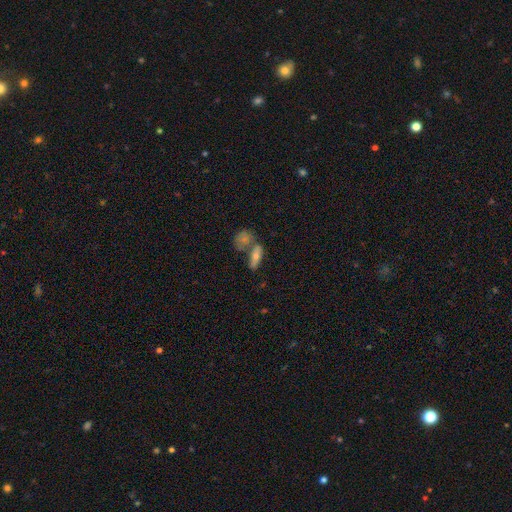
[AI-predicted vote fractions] The model was most divided on "merging": none: 46%, merger: 36%, minor disturbance: 12%, major disturbance: 5%. More confident: smooth or featured — smooth (62%); how rounded — in between (61%).